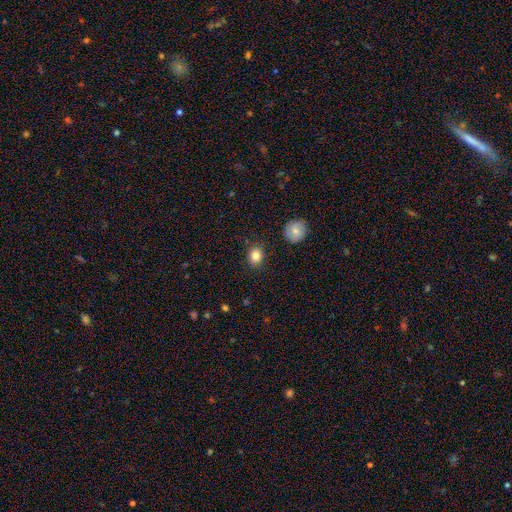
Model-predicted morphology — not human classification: This appears to be a smooth galaxy with no disk features (84%) that is round (56%). Merging: none (86%).